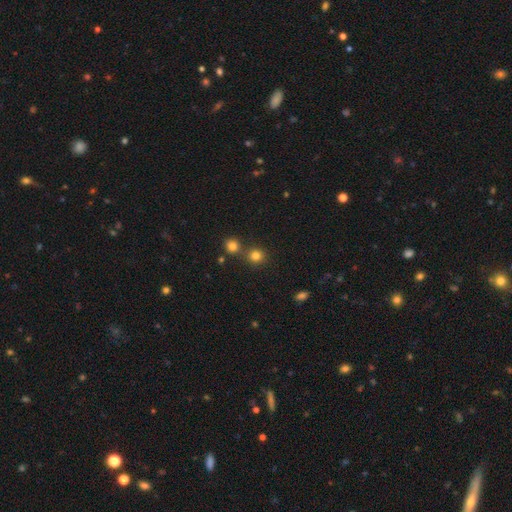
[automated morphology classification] A smooth galaxy with no disk features (79%) that is round (90%). Merging: none (70%).